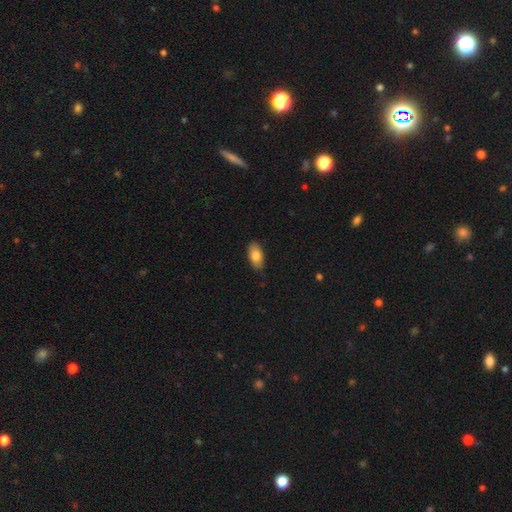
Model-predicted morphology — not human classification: smooth-or-featured: smooth: 81% | featured or disk: 12% | star or artifact: 7%
  how-rounded: in between: 92% | cigar-shaped: 4% | round: 3%
  merging: none: 84% | minor disturbance: 13% | major disturbance: 2% | merger: 1%